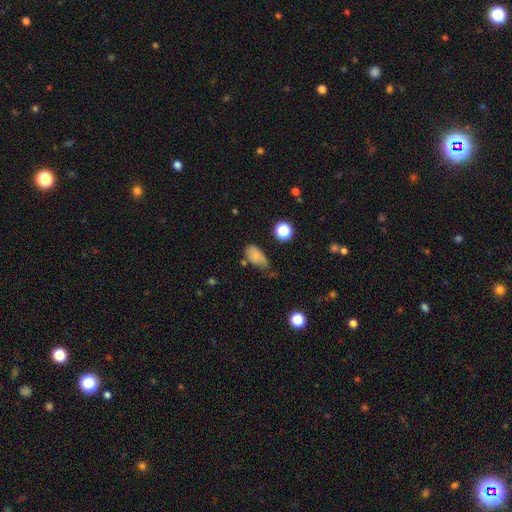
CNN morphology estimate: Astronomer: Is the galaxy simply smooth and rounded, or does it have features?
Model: smooth — 75%.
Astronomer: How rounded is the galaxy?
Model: in between — 88%.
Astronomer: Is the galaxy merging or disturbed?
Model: none — 43% (runner-up: minor disturbance, 38%).